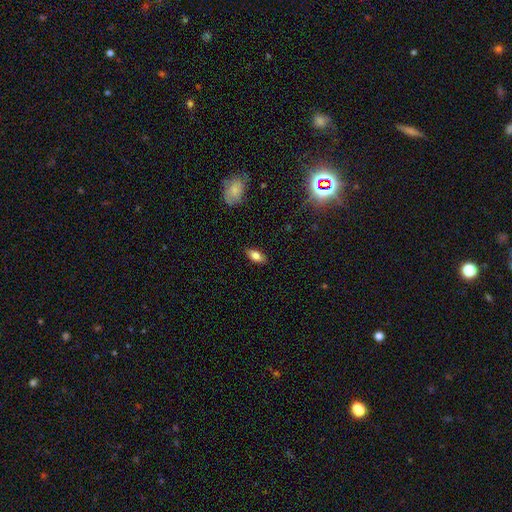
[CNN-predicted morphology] This is likely a smooth galaxy (74%). How rounded: clearly in between (85%). Merging: clearly none (87%).